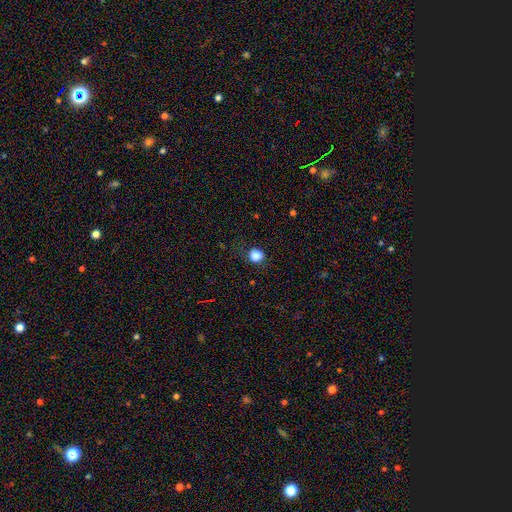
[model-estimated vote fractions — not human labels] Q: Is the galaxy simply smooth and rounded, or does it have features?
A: smooth — 85%.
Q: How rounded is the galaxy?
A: round — 82%.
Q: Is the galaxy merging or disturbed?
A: none — 81%.